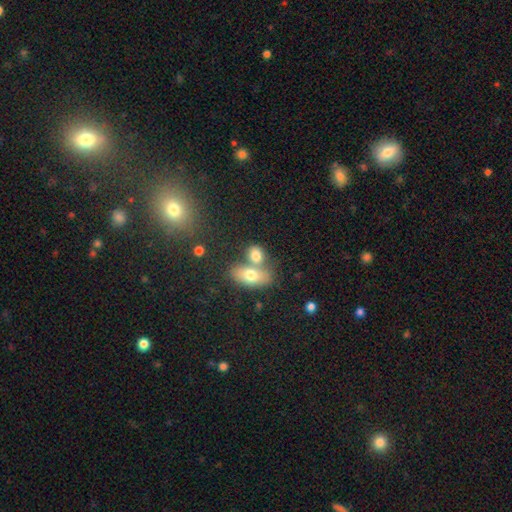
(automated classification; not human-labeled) smooth-or-featured: smooth: 76% | featured or disk: 15% | star or artifact: 9%
  how-rounded: in between: 76% | round: 20% | cigar-shaped: 3%
  merging: merger: 49% | none: 37% | minor disturbance: 10% | major disturbance: 4%